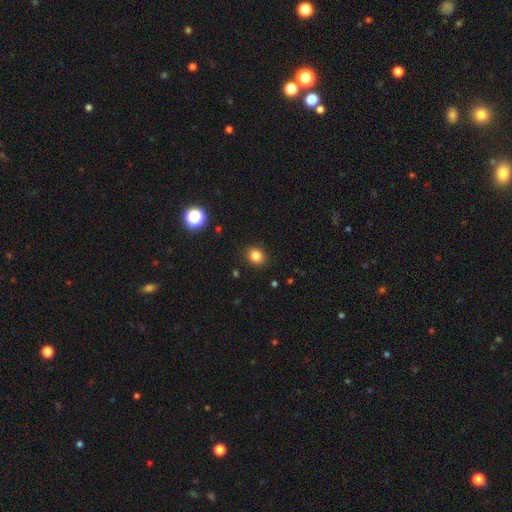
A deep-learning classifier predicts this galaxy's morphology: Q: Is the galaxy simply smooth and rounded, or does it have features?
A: smooth — 83%.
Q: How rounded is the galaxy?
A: round — 65%.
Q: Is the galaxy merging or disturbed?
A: none — 89%.